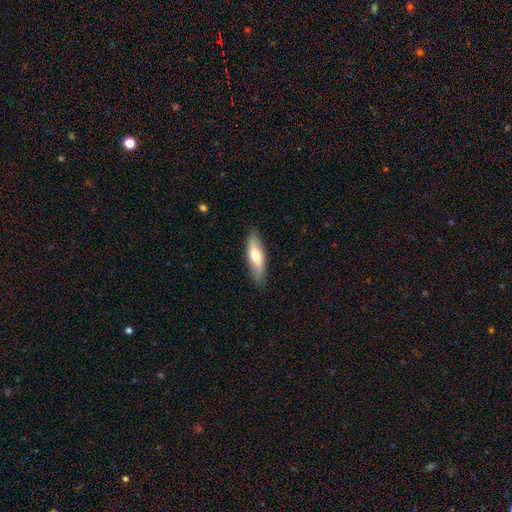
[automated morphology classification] smooth-or-featured: smooth: 58% | featured or disk: 37% | star or artifact: 5%
  how-rounded: cigar-shaped: 50% | in between: 47% | round: 2%
  merging: none: 86% | minor disturbance: 11% | major disturbance: 2% | merger: 1%